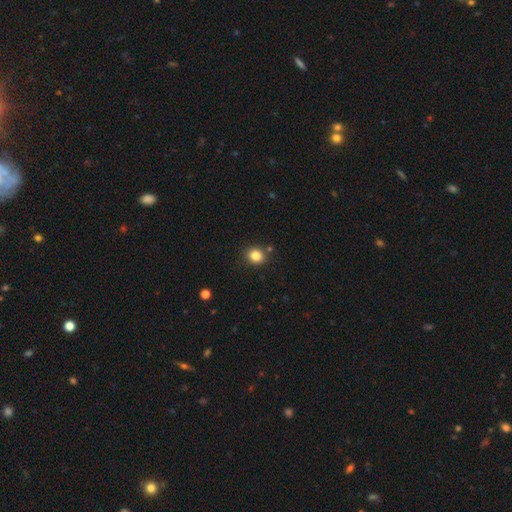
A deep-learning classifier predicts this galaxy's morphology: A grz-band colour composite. It shows a smooth galaxy with no disk features (83%) that is round (76%). Merging: none (86%).